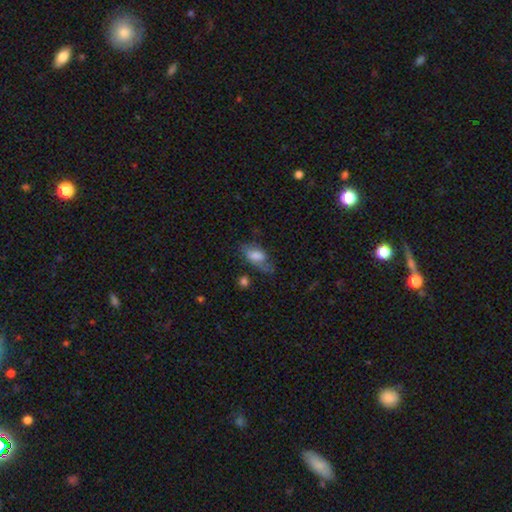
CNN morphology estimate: smooth_or_featured: smooth (p=0.65) [alt: featured or disk p=0.27]
how_rounded: in between (p=0.87) [alt: cigar-shaped p=0.08]
merging: none (p=0.49) [alt: minor disturbance p=0.30]